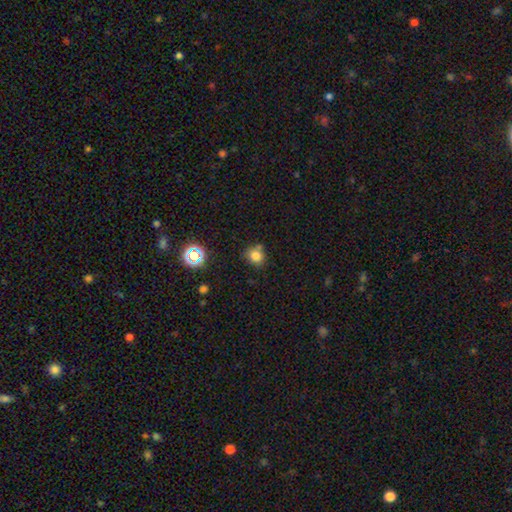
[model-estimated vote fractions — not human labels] Q: Smooth or featured?
A: smooth (77%); runner-up: star or artifact (16%)
Q: How rounded?
A: round (82%); runner-up: in between (18%)
Q: Merging?
A: none (69%); runner-up: minor disturbance (15%)